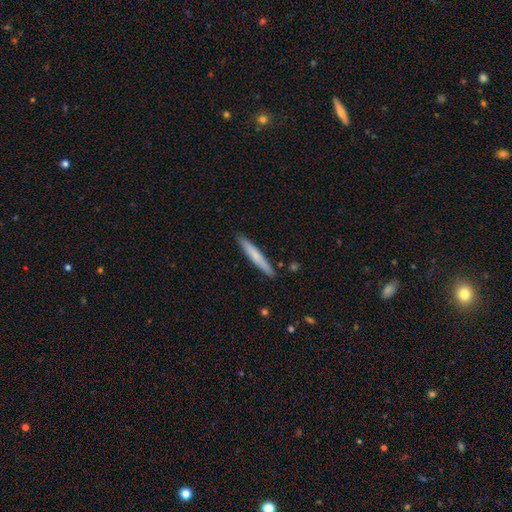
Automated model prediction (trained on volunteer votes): This appears to be a smooth galaxy with no disk features (67%) that is cigar-shaped (95%). Merging: none (90%).